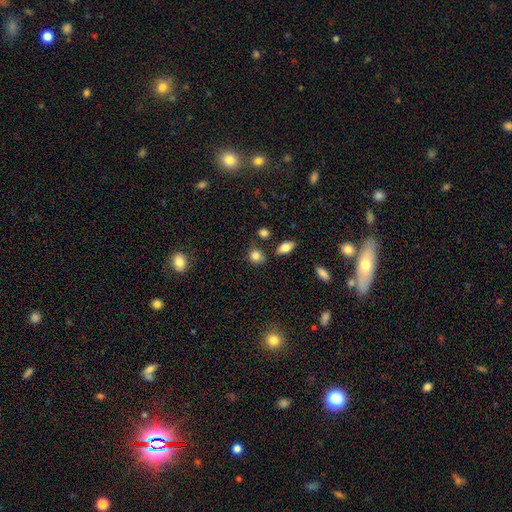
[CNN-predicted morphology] This appears to be a smooth galaxy with no disk features (82%) that is round (69%). Merging: none (66%).